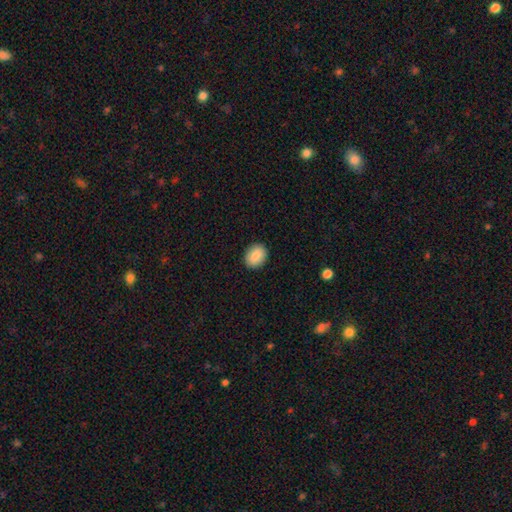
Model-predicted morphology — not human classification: Smooth or featured? smooth (87%)
How rounded? in between (56%)
Merging? none (90%)